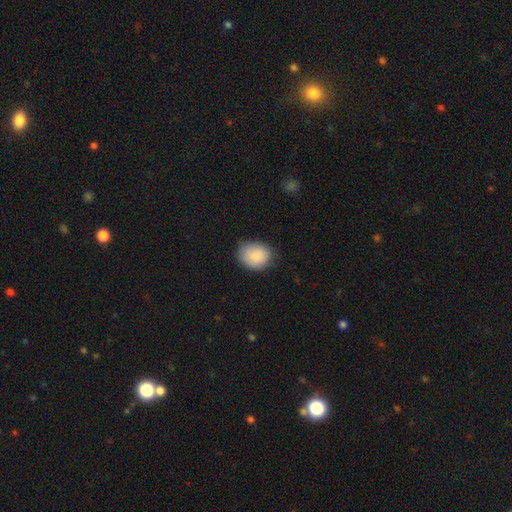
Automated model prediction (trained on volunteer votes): Overall: smooth (87%). How rounded: round (50%; in between 49%). Merging: none (73%).